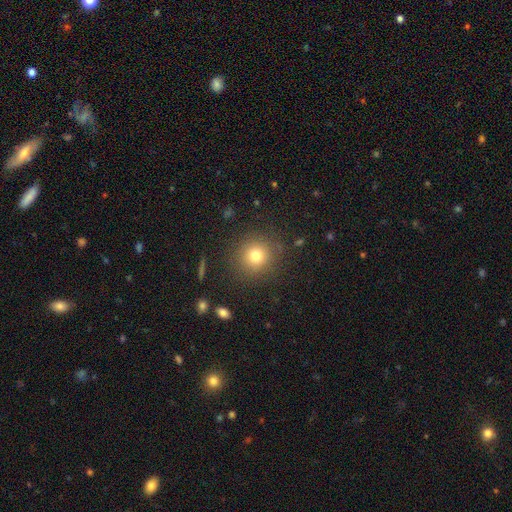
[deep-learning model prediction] Q: Smooth or featured?
A: smooth (78%); runner-up: star or artifact (14%)
Q: How rounded?
A: round (90%); runner-up: in between (9%)
Q: Merging?
A: none (87%); runner-up: minor disturbance (8%)